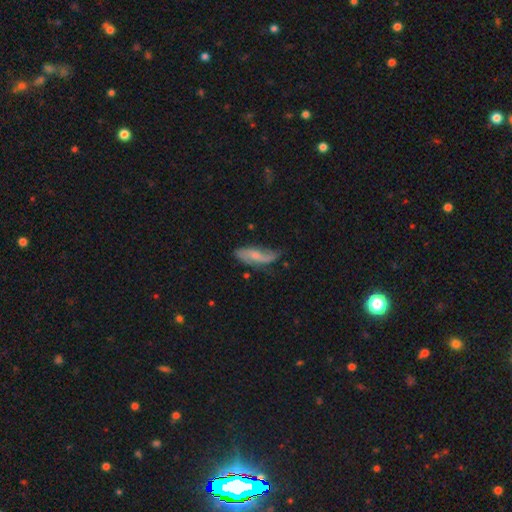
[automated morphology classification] The model was most divided on "smooth or featured": featured or disk: 56%, smooth: 37%, star or artifact: 7%. More confident: edge-on disk — no (86%); merging — none (52%).